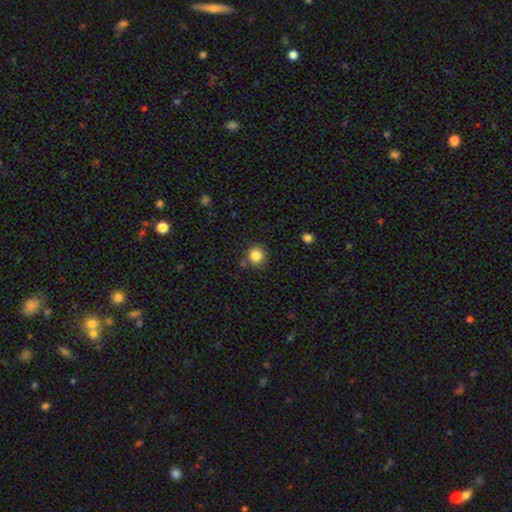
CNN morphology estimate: A smooth galaxy with no disk features (85%) that is round (90%). Merging: none (83%).